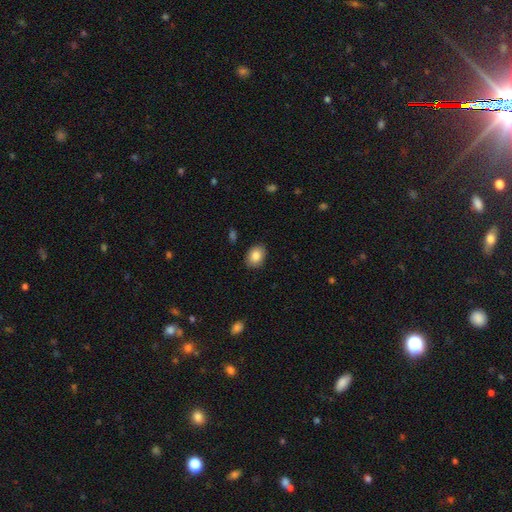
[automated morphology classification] Q: Smooth or featured?
A: smooth (85%); runner-up: star or artifact (8%)
Q: How rounded?
A: in between (67%); runner-up: round (33%)
Q: Merging?
A: none (87%); runner-up: minor disturbance (9%)